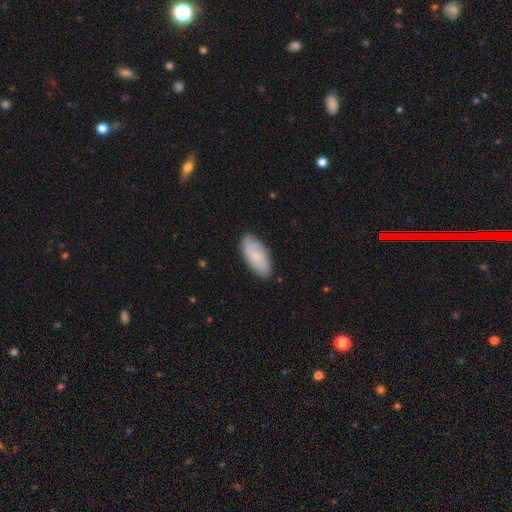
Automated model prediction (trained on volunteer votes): A smooth galaxy with no disk features (70%) that is in between round and cigar-shaped (89%).

Vote fractions:
- Smooth or featured? smooth: 70% / featured or disk: 24% / star or artifact: 6%
- How rounded? in between: 89% / cigar-shaped: 9% / round: 2%
- Merging? none: 83% / minor disturbance: 14% / major disturbance: 2% / merger: 1%